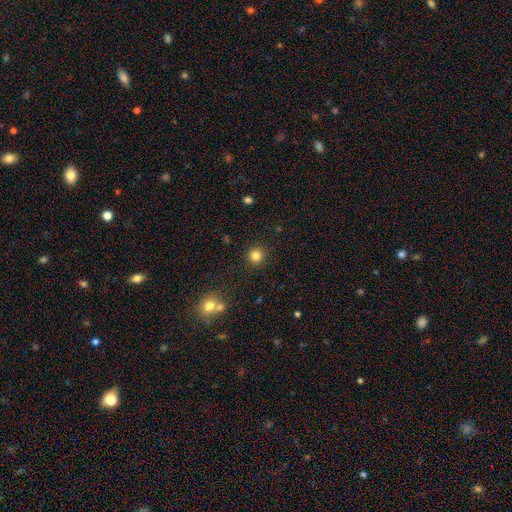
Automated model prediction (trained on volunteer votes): Smooth or featured?
  - smooth: 82% *
  - star or artifact: 12%
  - featured or disk: 5%
How rounded?
  - round: 94% *
  - in between: 5%
  - cigar-shaped: 1%
Merging?
  - none: 91% *
  - minor disturbance: 5%
  - major disturbance: 2%
  - merger: 2%